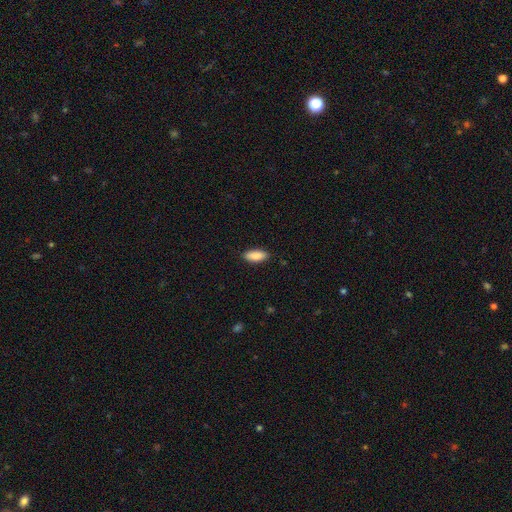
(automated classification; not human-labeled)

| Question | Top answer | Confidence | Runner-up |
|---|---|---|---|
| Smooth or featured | smooth | 89% | star or artifact (6%) |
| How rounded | in between | 82% | cigar-shaped (16%) |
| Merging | none | 87% | minor disturbance (10%) |